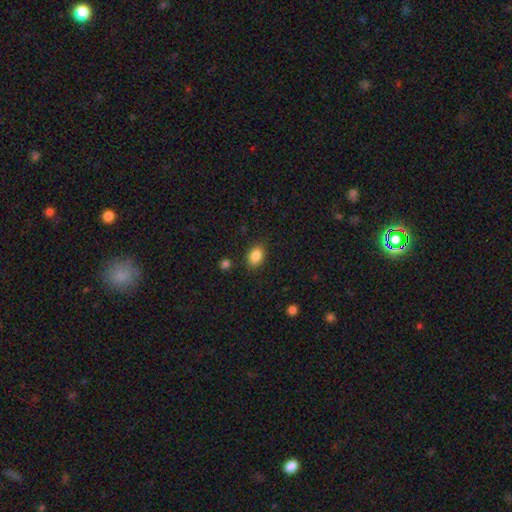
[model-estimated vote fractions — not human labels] Smooth or featured: smooth — 85% (star or artifact — 9%)
How rounded: in between — 81% (round — 18%)
Merging: none — 86% (minor disturbance — 10%)